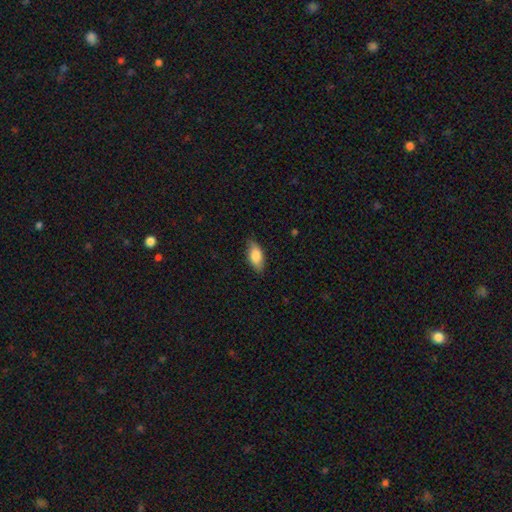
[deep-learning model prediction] Smooth or featured?
  - smooth: 82% *
  - featured or disk: 12%
  - star or artifact: 6%
How rounded?
  - in between: 88% *
  - cigar-shaped: 9%
  - round: 3%
Merging?
  - none: 84% *
  - minor disturbance: 13%
  - major disturbance: 2%
  - merger: 1%